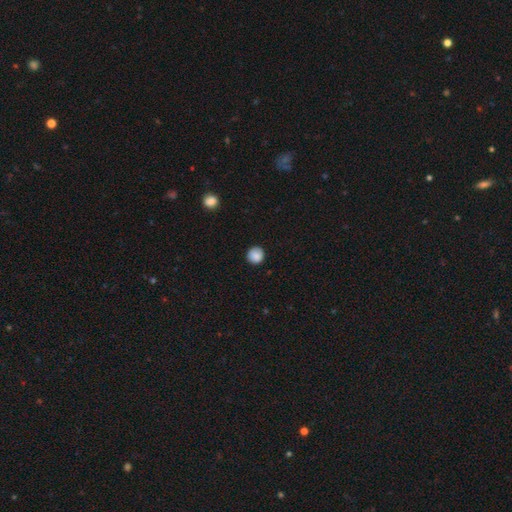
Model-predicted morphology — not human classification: This appears to be a smooth galaxy with no disk features (87%) that is round (94%). Merging: none (90%).